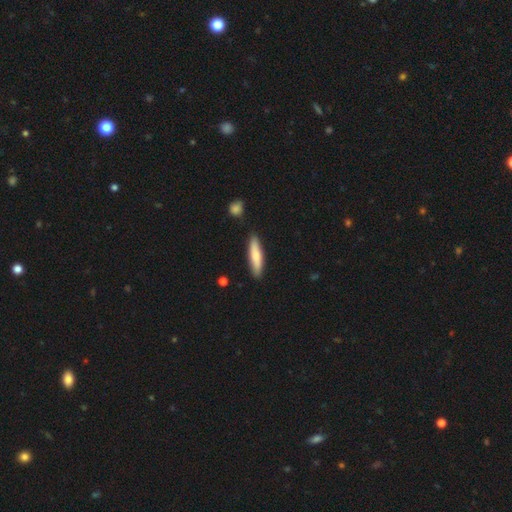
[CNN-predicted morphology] The model was most divided on "smooth or featured": smooth: 75%, featured or disk: 20%, star or artifact: 5%. More confident: merging — none (86%); how rounded — cigar-shaped (81%).